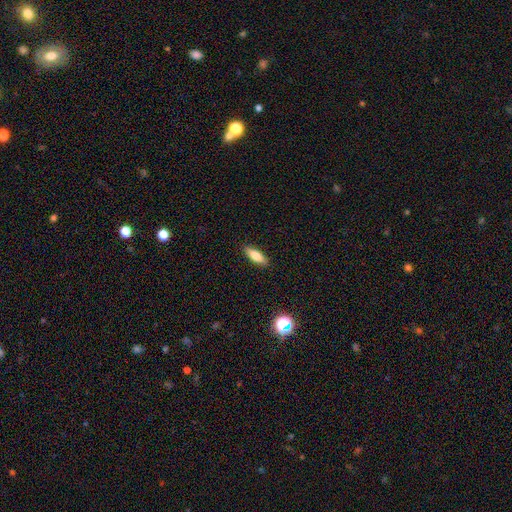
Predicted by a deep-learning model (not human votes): Q: Smooth or featured?
A: smooth (73%); runner-up: featured or disk (20%)
Q: How rounded?
A: in between (52%); runner-up: cigar-shaped (45%)
Q: Merging?
A: none (89%); runner-up: minor disturbance (8%)